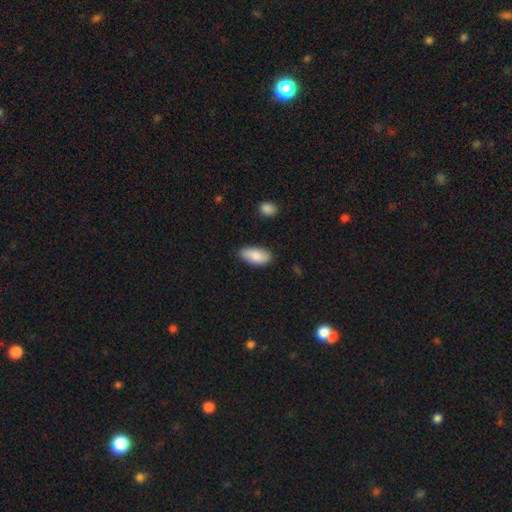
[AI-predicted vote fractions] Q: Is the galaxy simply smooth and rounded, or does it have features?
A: smooth — 85%.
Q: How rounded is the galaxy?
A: in between — 92%.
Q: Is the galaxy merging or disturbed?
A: none — 81%.